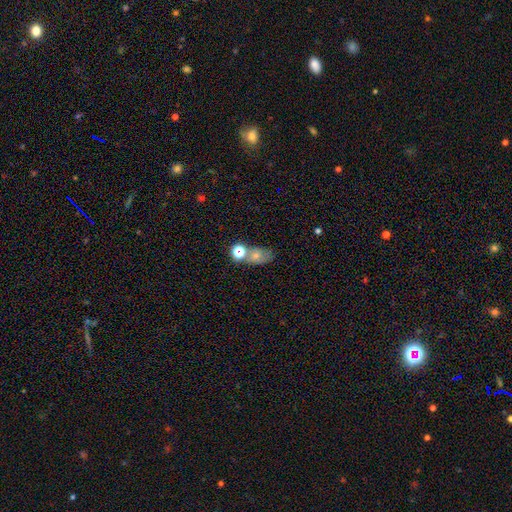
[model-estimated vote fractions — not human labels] smooth_or_featured: smooth (p=0.58) [alt: featured or disk p=0.23]
how_rounded: in between (p=0.73) [alt: round p=0.24]
merging: none (p=0.43) [alt: merger p=0.30]